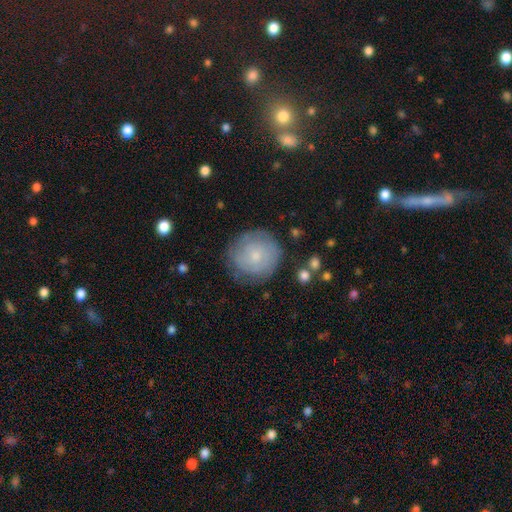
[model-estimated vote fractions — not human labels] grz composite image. It shows a smooth galaxy with no disk features (52%) that is round (91%). Merging: none (76%).